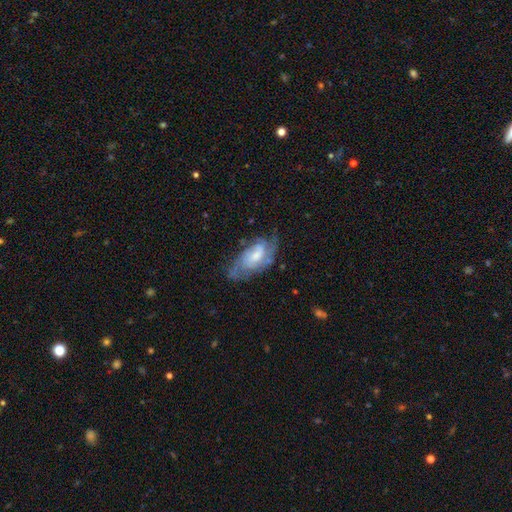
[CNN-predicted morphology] Smooth or featured? Predicted: featured or disk (p=0.75). Edge-on disk? Predicted: no (p=0.94). Bar? Predicted: no (p=0.52). Spiral arms? Predicted: yes (p=0.90). Spiral winding? Predicted: medium (p=0.43). Spiral arm count? Predicted: 2 (p=0.38). Bulge size? Predicted: moderate (p=0.44). Merging? Predicted: none (p=0.59).